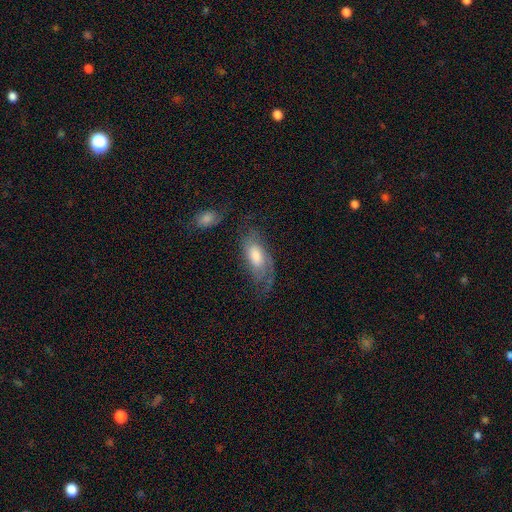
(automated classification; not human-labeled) This is likely a featured or disk galaxy (62%). It is clearly not viewed edge-on (89%). Bar: likely no (64%). Spiral arm pattern: clearly yes (87%). Central bulge: possibly moderate (50%). Merging: possibly none (56%).